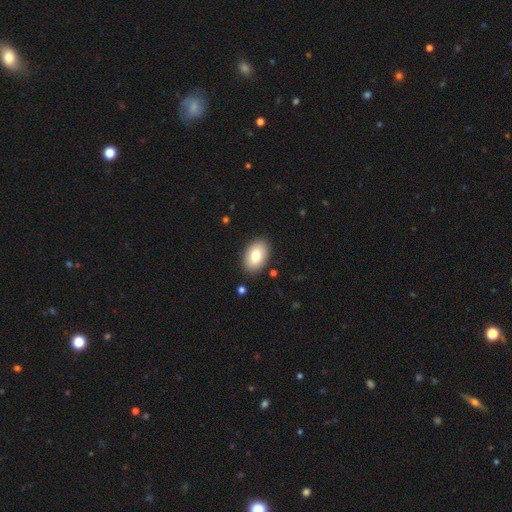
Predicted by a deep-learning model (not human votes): A smooth galaxy with no disk features (80%) that is in between round and cigar-shaped (89%).

Vote fractions:
- Smooth or featured? smooth: 80% / featured or disk: 13% / star or artifact: 7%
- How rounded? in between: 89% / round: 9% / cigar-shaped: 1%
- Merging? none: 88% / minor disturbance: 9% / major disturbance: 2% / merger: 2%